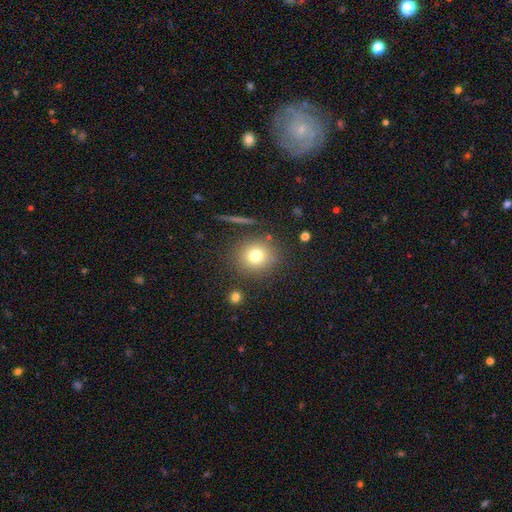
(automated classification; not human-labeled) Smooth or featured?
  - smooth: 76% *
  - star or artifact: 13%
  - featured or disk: 11%
How rounded?
  - round: 85% *
  - in between: 13%
  - cigar-shaped: 1%
Merging?
  - none: 84% *
  - minor disturbance: 9%
  - merger: 4%
  - major disturbance: 4%